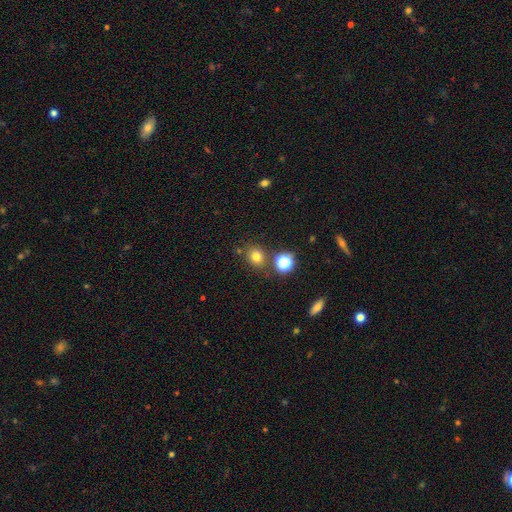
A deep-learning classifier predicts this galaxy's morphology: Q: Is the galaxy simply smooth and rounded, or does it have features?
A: smooth — 75%.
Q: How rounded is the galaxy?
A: round — 74%.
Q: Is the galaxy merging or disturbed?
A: none — 77%.